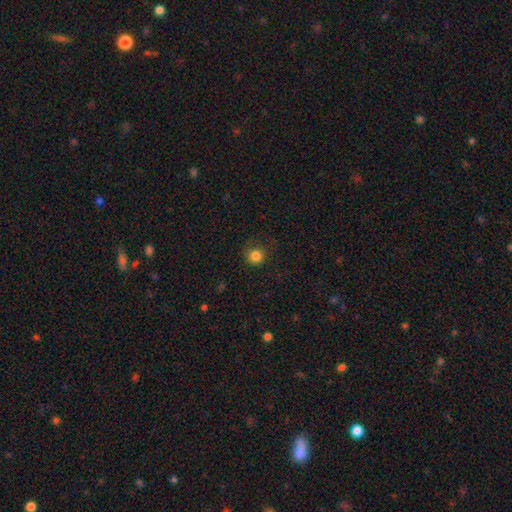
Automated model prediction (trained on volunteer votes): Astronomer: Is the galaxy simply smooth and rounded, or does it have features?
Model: smooth — 83%.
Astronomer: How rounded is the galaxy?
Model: round — 92%.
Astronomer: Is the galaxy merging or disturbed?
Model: none — 81%.